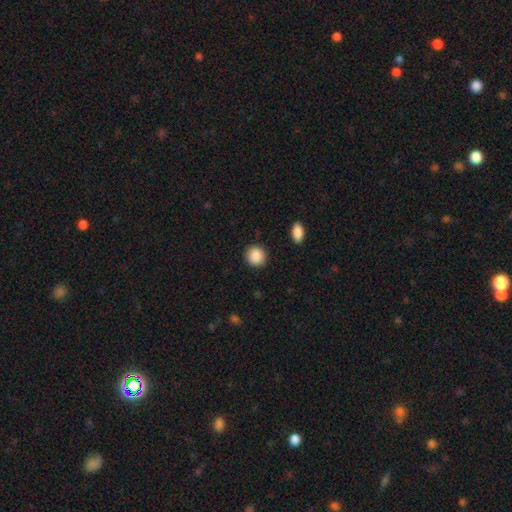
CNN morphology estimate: Smooth or featured?
  - smooth: 88% *
  - star or artifact: 8%
  - featured or disk: 4%
How rounded?
  - round: 89% *
  - in between: 10%
  - cigar-shaped: 1%
Merging?
  - none: 91% *
  - minor disturbance: 6%
  - major disturbance: 2%
  - merger: 1%